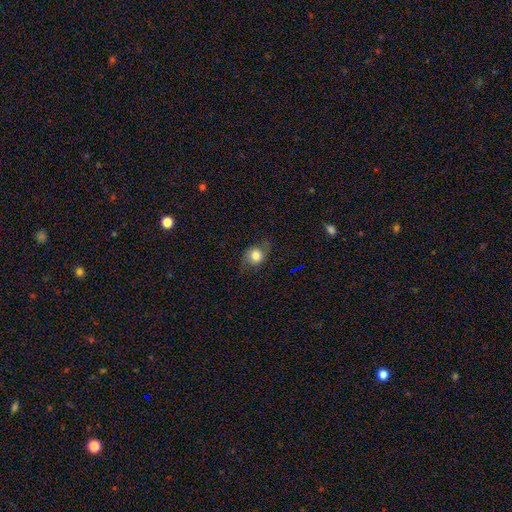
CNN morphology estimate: Smooth or featured? Predicted: smooth (p=0.68). How rounded? Predicted: round (p=0.60). Merging? Predicted: none (p=0.69).